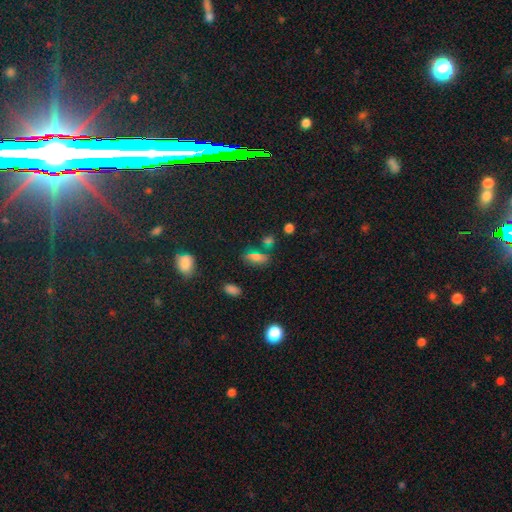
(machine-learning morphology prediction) Smooth or featured? Predicted: smooth (p=0.67). How rounded? Predicted: in between (p=0.77). Merging? Predicted: none (p=0.69).